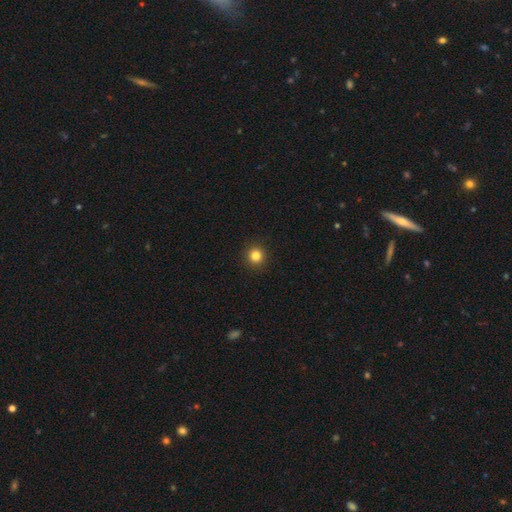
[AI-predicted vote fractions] This is clearly a smooth galaxy (84%). How rounded: clearly round (94%). Merging: clearly none (93%).